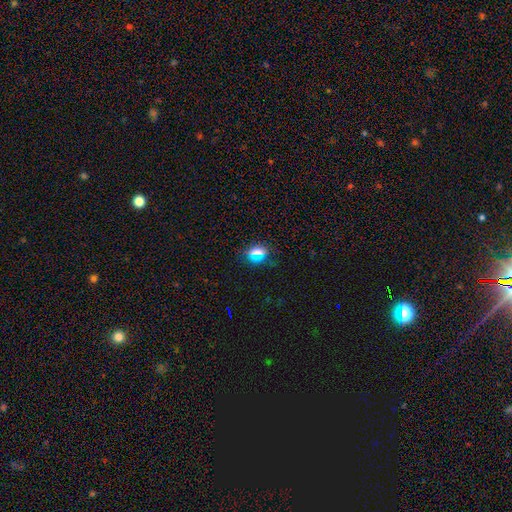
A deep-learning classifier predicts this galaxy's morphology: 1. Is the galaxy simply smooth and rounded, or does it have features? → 62% smooth, 29% star or artifact, 10% featured or disk.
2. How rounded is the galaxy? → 55% round, 38% in between, 6% cigar-shaped.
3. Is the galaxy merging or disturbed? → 84% none, 10% minor disturbance, 4% major disturbance, 2% merger.